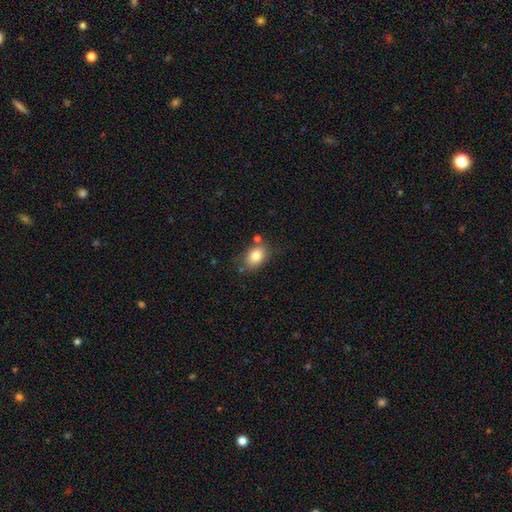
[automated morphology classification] smooth_or_featured: smooth (p=0.81) [alt: featured or disk p=0.10]
how_rounded: in between (p=0.77) [alt: round p=0.22]
merging: none (p=0.69) [alt: minor disturbance p=0.18]